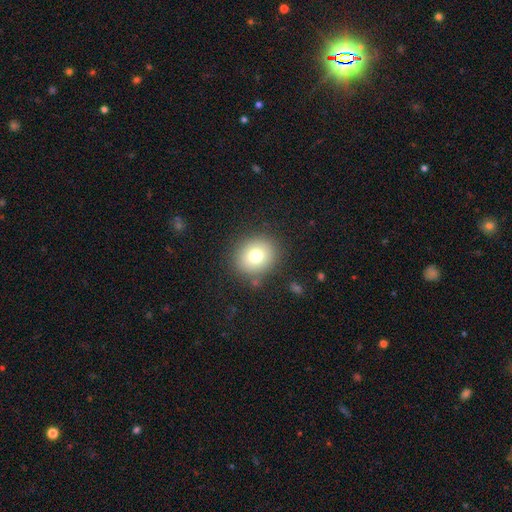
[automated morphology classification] The model was most divided on "how rounded": round: 73%, in between: 26%, cigar-shaped: 1%. More confident: merging — none (84%); smooth or featured — smooth (75%).